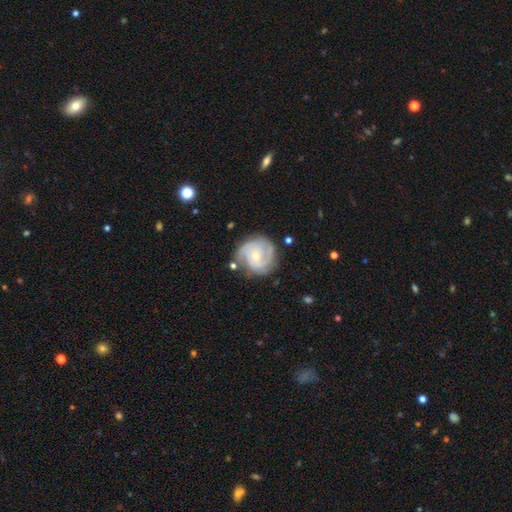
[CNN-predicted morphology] featured or disk 83%, smooth 12%, star or artifact 5%. Down the decision tree: edge-on disk — no (98%); bar — no (69%); spiral arms — yes (95%); spiral arm count — 2 (39%); spiral winding — tight (61%); bulge size — small (52%); merging — none (73%).